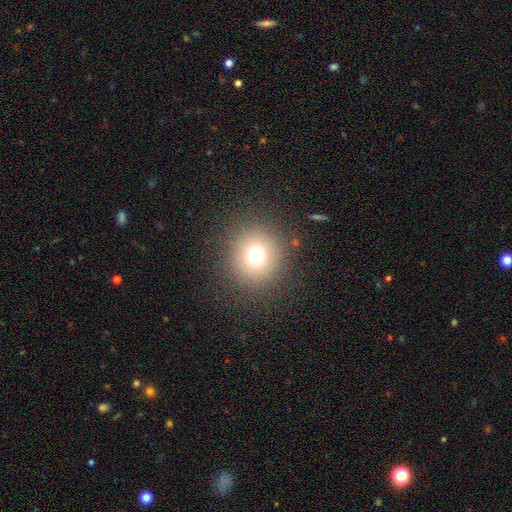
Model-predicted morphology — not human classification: This appears to be a smooth galaxy with no disk features (70%) that is round (90%). Merging: none (87%).